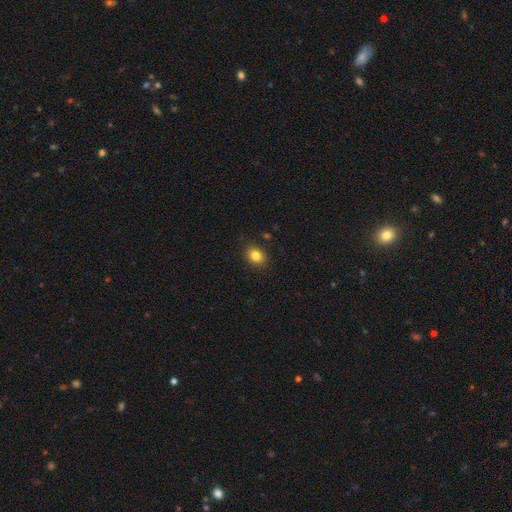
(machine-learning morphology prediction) Smooth or featured?
  - smooth: 84% *
  - star or artifact: 10%
  - featured or disk: 6%
How rounded?
  - in between: 57% *
  - round: 42%
  - cigar-shaped: 1%
Merging?
  - none: 88% *
  - minor disturbance: 8%
  - major disturbance: 2%
  - merger: 1%